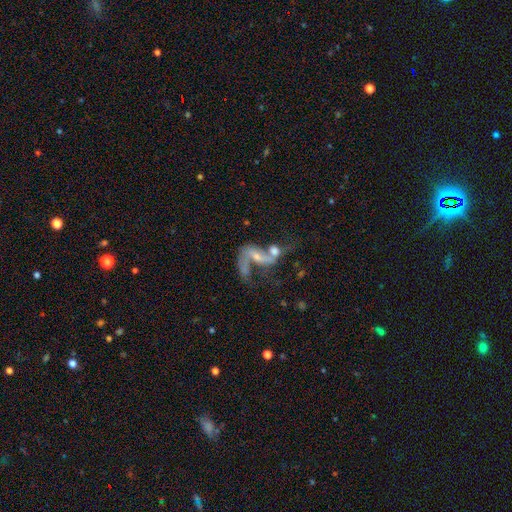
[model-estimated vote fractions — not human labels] Smooth or featured?
  - featured or disk: 66% *
  - smooth: 23%
  - star or artifact: 11%
Edge-on disk?
  - no: 93% *
  - yes: 7%
Bar?
  - no: 50% *
  - weak: 31%
  - strong: 19%
Spiral arms?
  - yes: 67% *
  - no: 33%
Bulge size?
  - small: 45% *
  - moderate: 31%
  - none: 18%
  - large: 4%
  - dominant: 2%
Merging?
  - merger: 52% *
  - major disturbance: 23%
  - none: 16%
  - minor disturbance: 8%